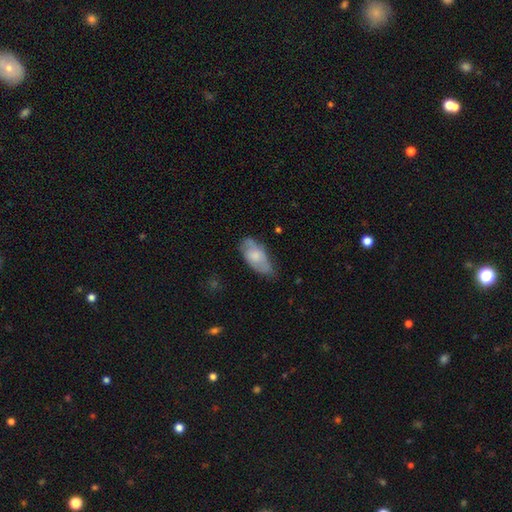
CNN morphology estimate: Smooth or featured? smooth (66%)
How rounded? in between (91%)
Merging? none (56%)